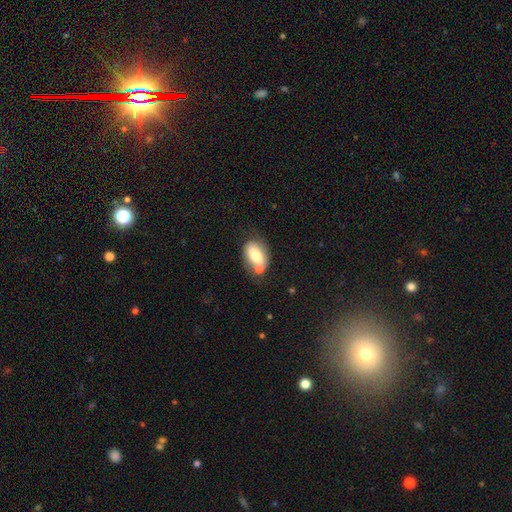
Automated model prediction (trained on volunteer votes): smooth_or_featured: smooth (p=0.69) [alt: featured or disk p=0.24]
how_rounded: in between (p=0.88) [alt: round p=0.10]
merging: none (p=0.48) [alt: merger p=0.23]